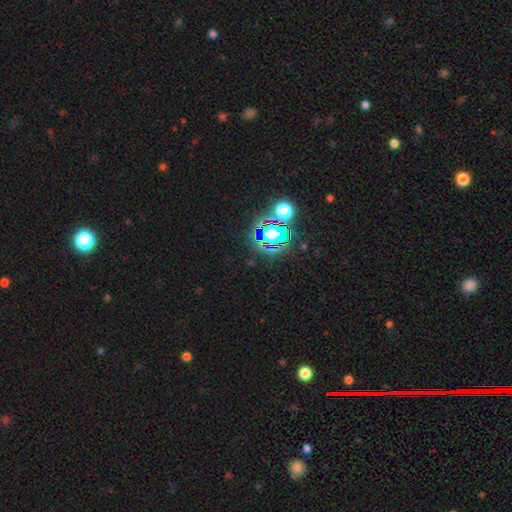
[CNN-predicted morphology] A star or artifact, not a galaxy (78%).